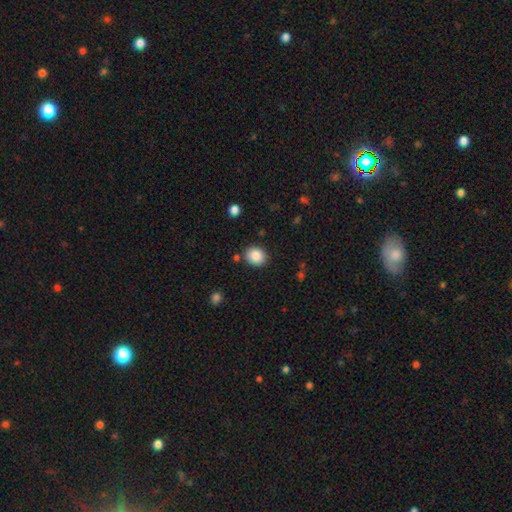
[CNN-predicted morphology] This is clearly a smooth galaxy (87%). How rounded: likely round (67%). Merging: clearly none (86%).